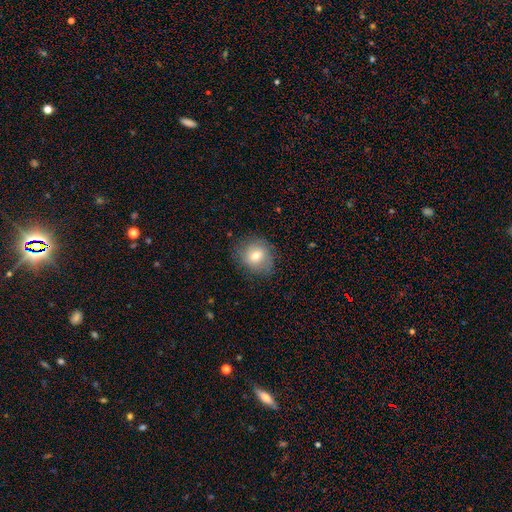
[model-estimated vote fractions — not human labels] smooth-or-featured: smooth: 72% | featured or disk: 19% | star or artifact: 9%
  how-rounded: round: 73% | in between: 26% | cigar-shaped: 1%
  merging: none: 77% | minor disturbance: 17% | major disturbance: 5% | merger: 1%